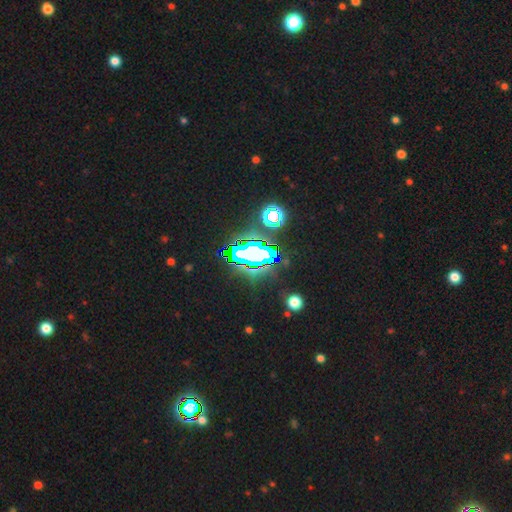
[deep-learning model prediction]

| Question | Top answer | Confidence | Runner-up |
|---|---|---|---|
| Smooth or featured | star or artifact | 70% | smooth (17%) |